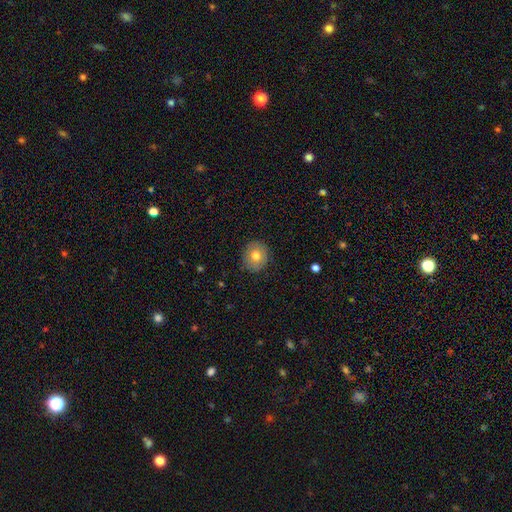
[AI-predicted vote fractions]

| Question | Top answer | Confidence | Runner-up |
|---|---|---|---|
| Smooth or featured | smooth | 74% | featured or disk (17%) |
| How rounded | round | 83% | in between (16%) |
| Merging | none | 89% | minor disturbance (8%) |